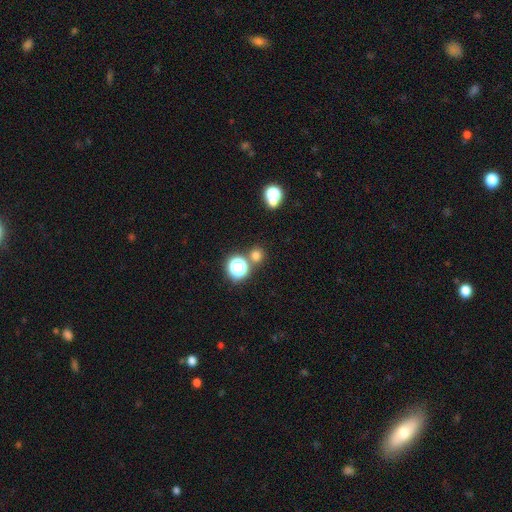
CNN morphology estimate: A smooth galaxy with no disk features (69%) that is round (89%). Merging: none (75%).